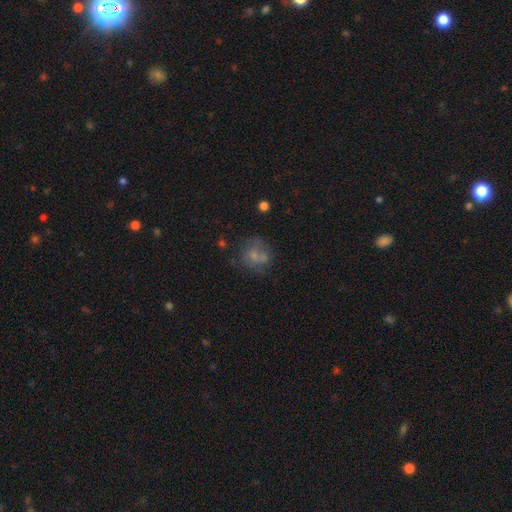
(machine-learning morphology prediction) A smooth galaxy with no disk features (50%).

Vote fractions:
- Smooth or featured? smooth: 50% / featured or disk: 37% / star or artifact: 13%
- Merging? none: 45% / minor disturbance: 20% / major disturbance: 18% / merger: 17%